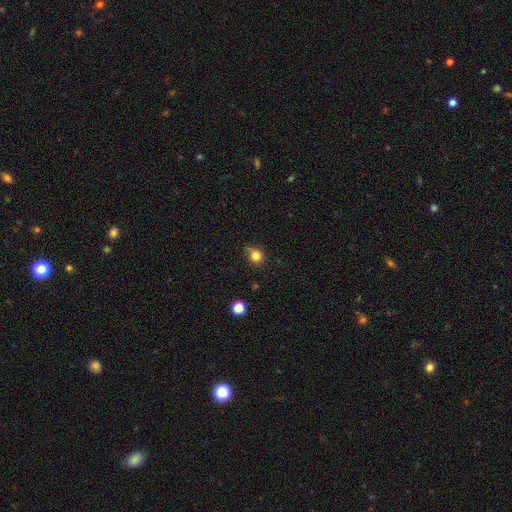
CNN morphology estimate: Q: Smooth or featured?
A: smooth (82%); runner-up: star or artifact (12%)
Q: How rounded?
A: round (80%); runner-up: in between (19%)
Q: Merging?
A: none (67%); runner-up: minor disturbance (25%)